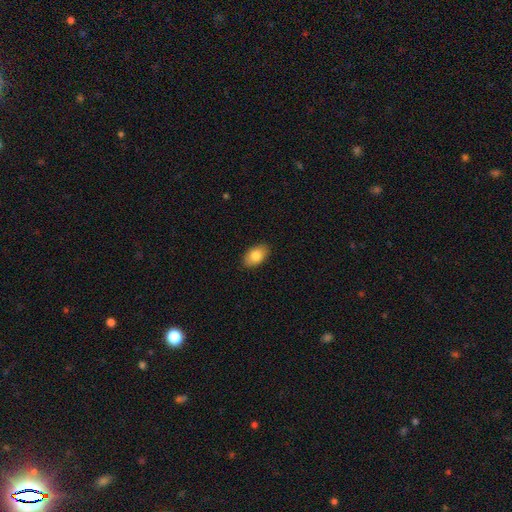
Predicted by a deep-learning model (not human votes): A smooth galaxy with no disk features (83%) that is in between round and cigar-shaped (91%).

Vote fractions:
- Smooth or featured? smooth: 83% / featured or disk: 10% / star or artifact: 7%
- How rounded? in between: 91% / round: 7% / cigar-shaped: 1%
- Merging? none: 89% / minor disturbance: 8% / major disturbance: 2% / merger: 1%